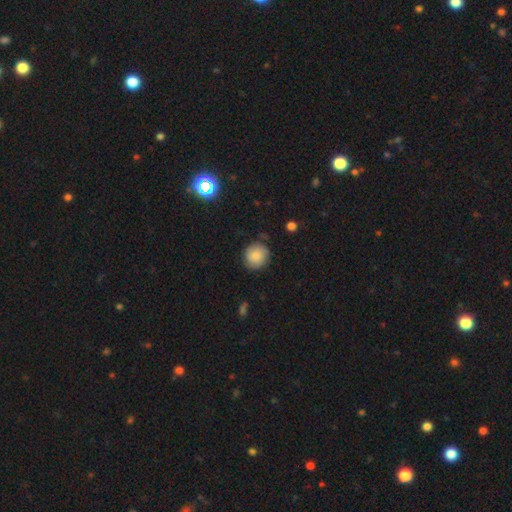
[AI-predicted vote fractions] This appears to be a smooth galaxy with no disk features (82%) that is round (88%). Merging: none (81%).